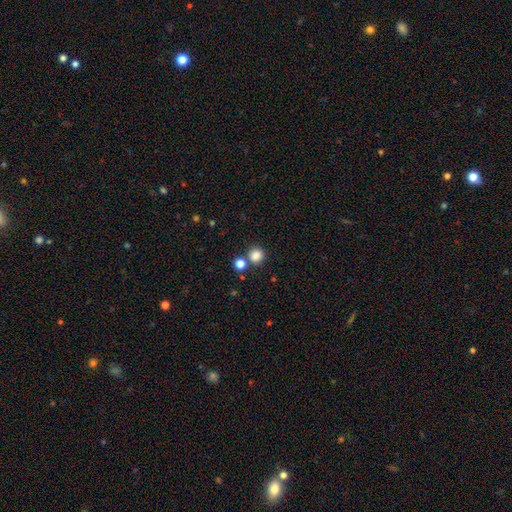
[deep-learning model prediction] Overall: smooth (84%). How rounded: round (90%). Merging: none (73%).